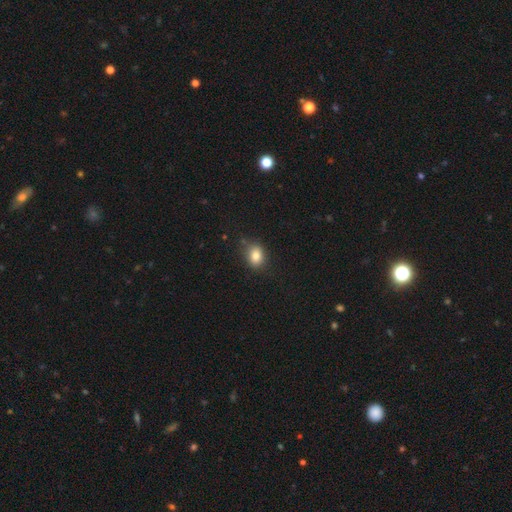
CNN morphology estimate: type=smooth (83%); roundness=in between (63%); merging=none (78%).